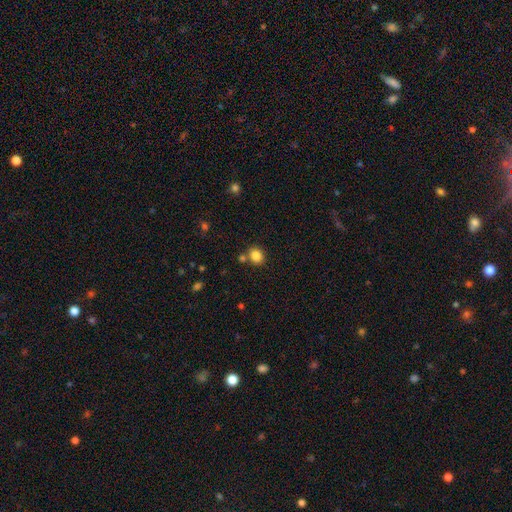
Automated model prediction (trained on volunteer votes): Smooth or featured: smooth — 84% (star or artifact — 11%)
How rounded: round — 68% (in between — 32%)
Merging: none — 72% (merger — 15%)